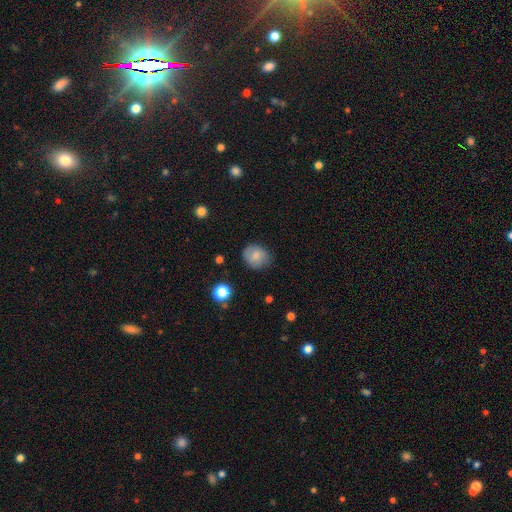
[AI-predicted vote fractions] This is clearly a smooth galaxy (81%). How rounded: likely round (67%). Merging: likely none (76%).